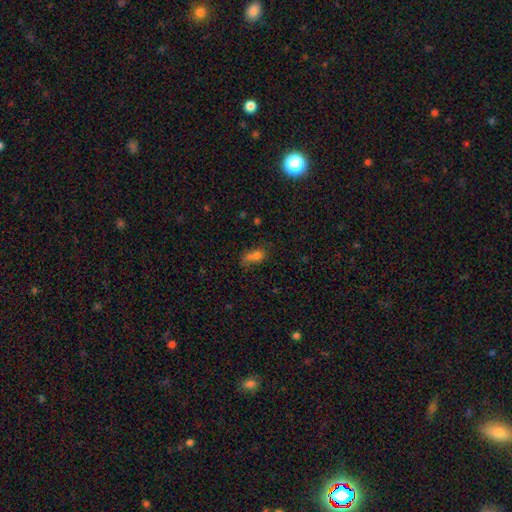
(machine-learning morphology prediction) A smooth galaxy with no disk features (71%) that is in between round and cigar-shaped (73%). Merging: none (35%).